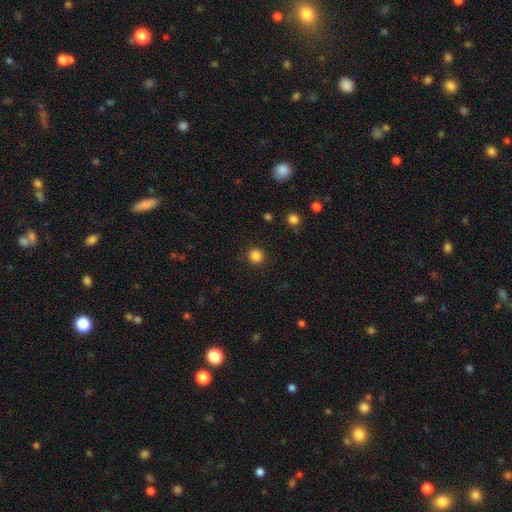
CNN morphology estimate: The model was most divided on "smooth or featured": smooth: 85%, star or artifact: 12%, featured or disk: 3%. More confident: how rounded — round (93%); merging — none (90%).